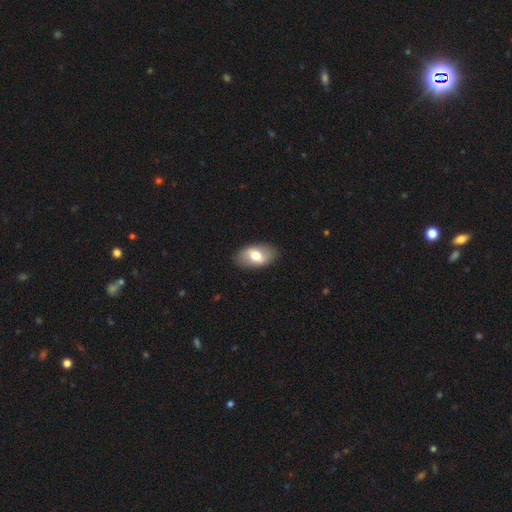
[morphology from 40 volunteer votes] This is possibly a smooth galaxy (55%). How rounded: likely in between (77%). Merging: clearly none (92%).